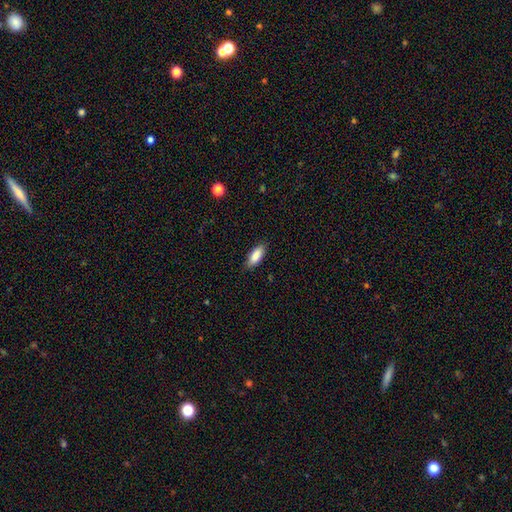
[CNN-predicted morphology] A smooth galaxy with no disk features (87%) that is in between round and cigar-shaped (79%). Merging: none (85%).